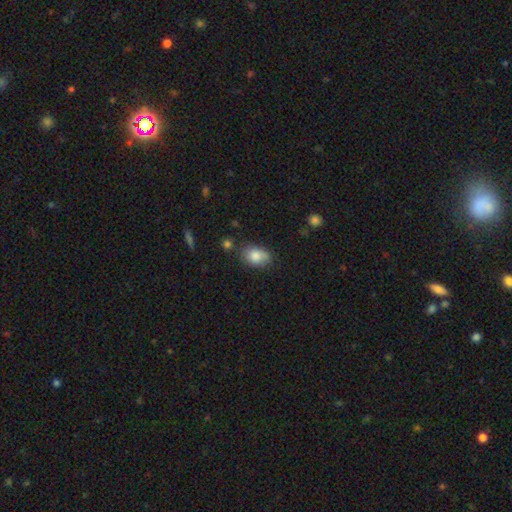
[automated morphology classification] A smooth galaxy with no disk features (82%) that is in between round and cigar-shaped (81%).

Vote fractions:
- Smooth or featured? smooth: 82% / featured or disk: 10% / star or artifact: 8%
- How rounded? in between: 81% / round: 18% / cigar-shaped: 1%
- Merging? none: 65% / minor disturbance: 25% / major disturbance: 6% / merger: 5%